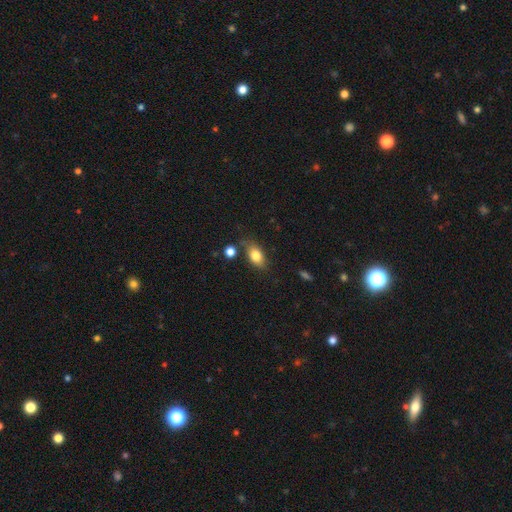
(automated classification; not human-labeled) This is likely a smooth galaxy (80%). How rounded: clearly in between (85%). Merging: likely none (71%).